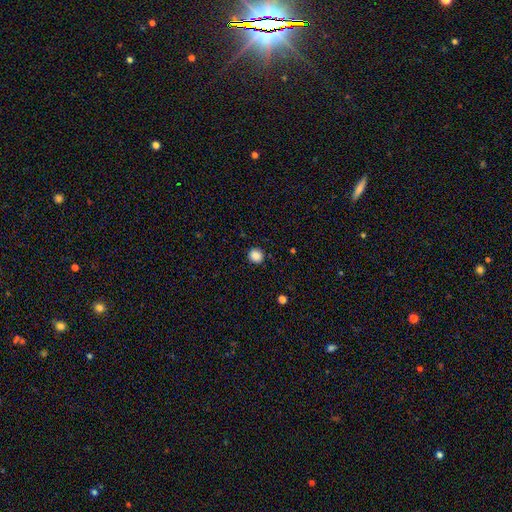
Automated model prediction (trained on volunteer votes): Morphology: type=smooth (87%); roundness=round (88%); merging=none (90%).